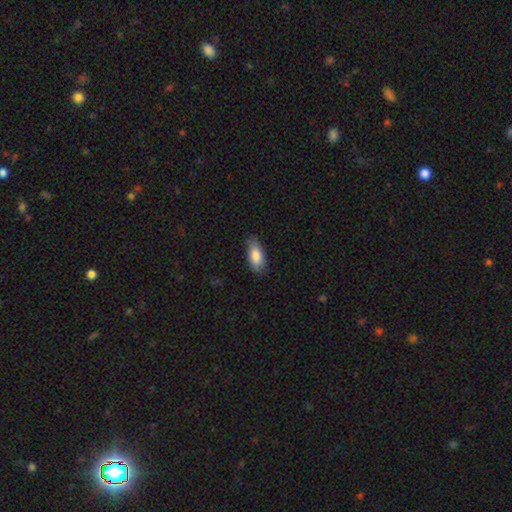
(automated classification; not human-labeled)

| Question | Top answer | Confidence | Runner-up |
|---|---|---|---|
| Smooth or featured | smooth | 85% | featured or disk (9%) |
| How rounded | in between | 89% | cigar-shaped (9%) |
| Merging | none | 79% | minor disturbance (17%) |